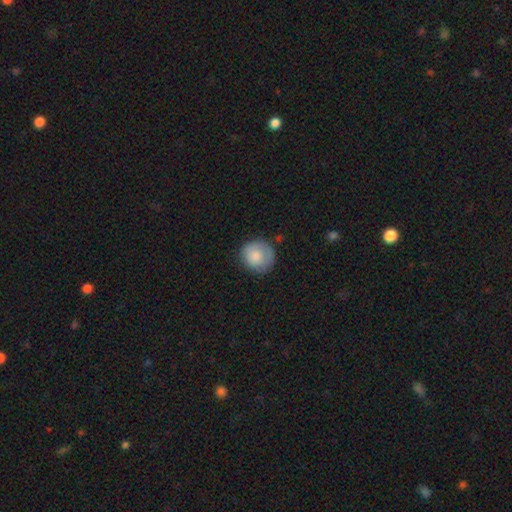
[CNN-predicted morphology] smooth-or-featured: smooth: 79% | featured or disk: 14% | star or artifact: 7%
  how-rounded: round: 88% | in between: 11% | cigar-shaped: 1%
  merging: none: 71% | minor disturbance: 20% | major disturbance: 6% | merger: 2%